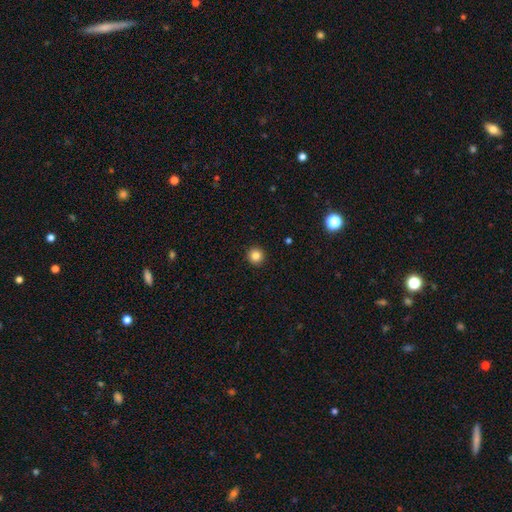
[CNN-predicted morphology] type=smooth (83%); roundness=round (95%); merging=none (94%).